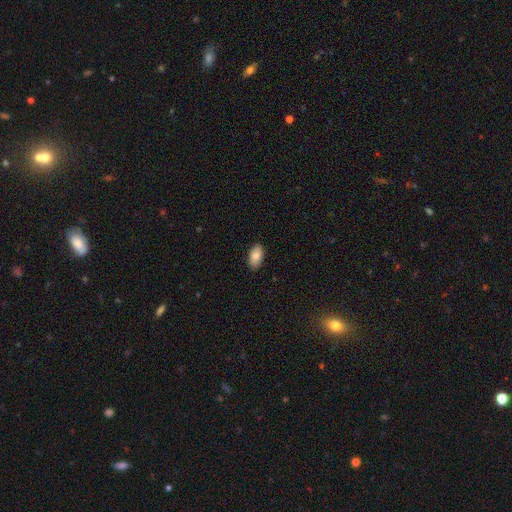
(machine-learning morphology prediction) smooth 84%, featured or disk 9%, star or artifact 7%. Down the decision tree: how rounded — in between (94%); merging — none (88%).